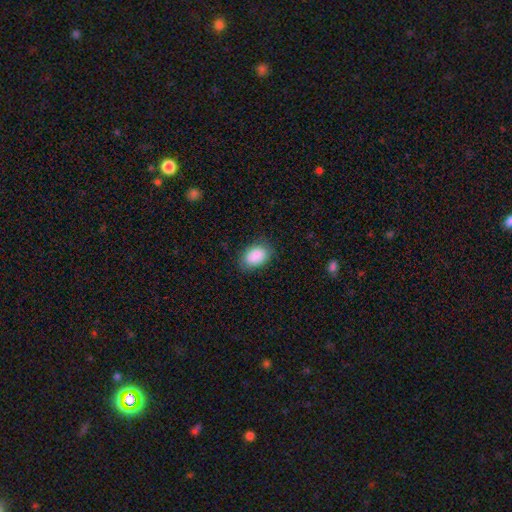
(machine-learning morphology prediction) A smooth galaxy with no disk features (87%) that is in between round and cigar-shaped (83%).

Vote fractions:
- Smooth or featured? smooth: 87% / star or artifact: 7% / featured or disk: 5%
- How rounded? in between: 83% / round: 16% / cigar-shaped: 1%
- Merging? none: 78% / minor disturbance: 16% / major disturbance: 4% / merger: 1%